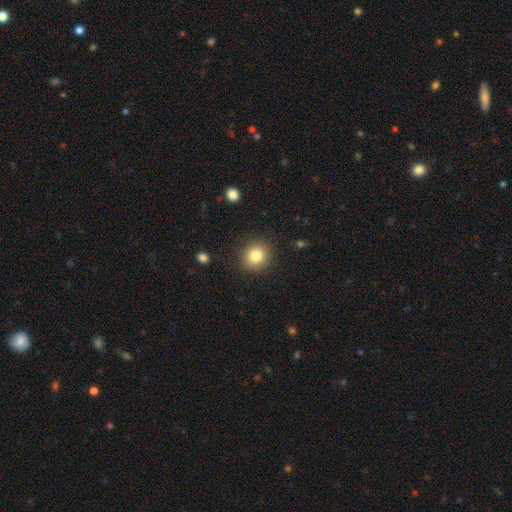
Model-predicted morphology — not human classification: Smooth or featured: smooth — 82% (star or artifact — 10%)
How rounded: round — 87% (in between — 12%)
Merging: none — 89% (minor disturbance — 7%)